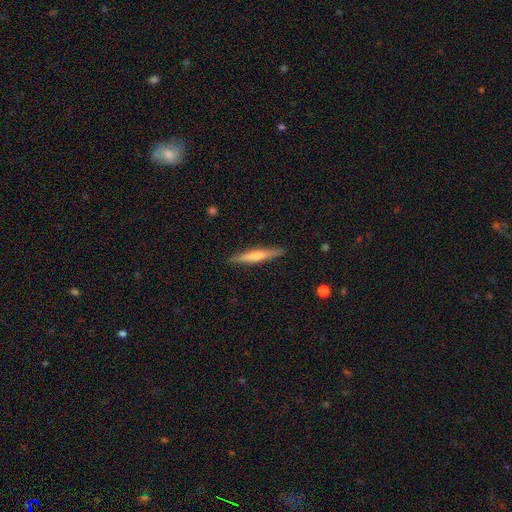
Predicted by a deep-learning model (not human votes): Smooth or featured?
  - smooth: 48% *
  - featured or disk: 47%
  - star or artifact: 6%
Merging?
  - none: 90% *
  - minor disturbance: 7%
  - major disturbance: 1%
  - merger: 1%